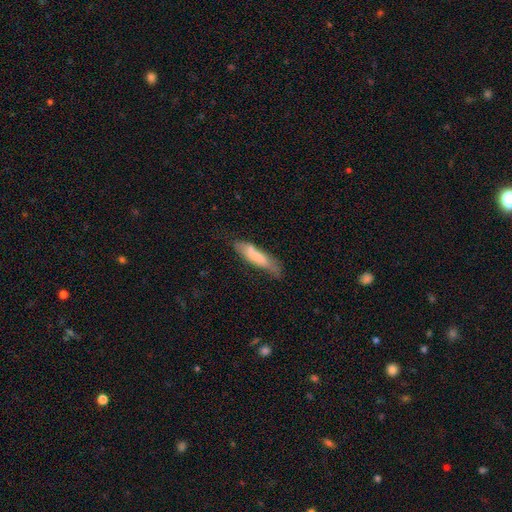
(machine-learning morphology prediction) Smooth or featured? Predicted: smooth (p=0.70). How rounded? Predicted: cigar-shaped (p=0.74). Merging? Predicted: none (p=0.55).